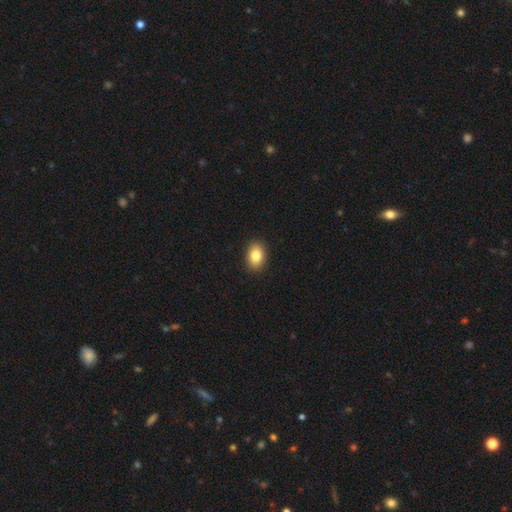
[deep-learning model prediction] Q: Smooth or featured?
A: smooth (84%); runner-up: star or artifact (8%)
Q: How rounded?
A: in between (79%); runner-up: round (19%)
Q: Merging?
A: none (91%); runner-up: minor disturbance (7%)